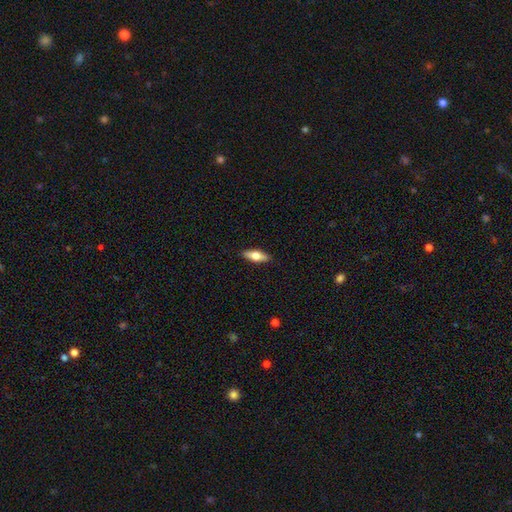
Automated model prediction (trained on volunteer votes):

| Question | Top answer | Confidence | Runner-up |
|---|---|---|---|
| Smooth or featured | smooth | 58% | featured or disk (36%) |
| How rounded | in between | 64% | cigar-shaped (33%) |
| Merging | none | 89% | minor disturbance (8%) |